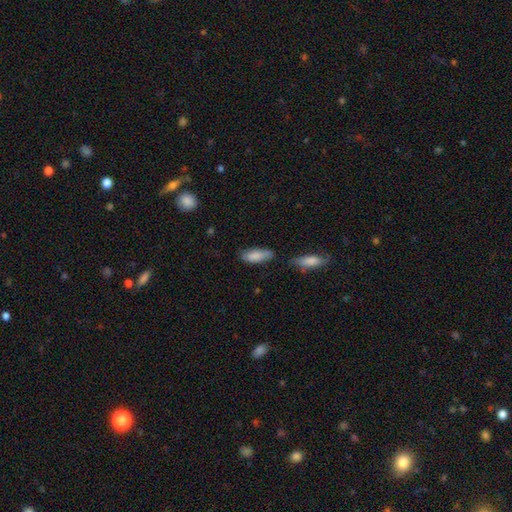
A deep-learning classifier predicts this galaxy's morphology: Smooth or featured? Predicted: smooth (p=0.83). How rounded? Predicted: in between (p=0.74). Merging? Predicted: none (p=0.58).